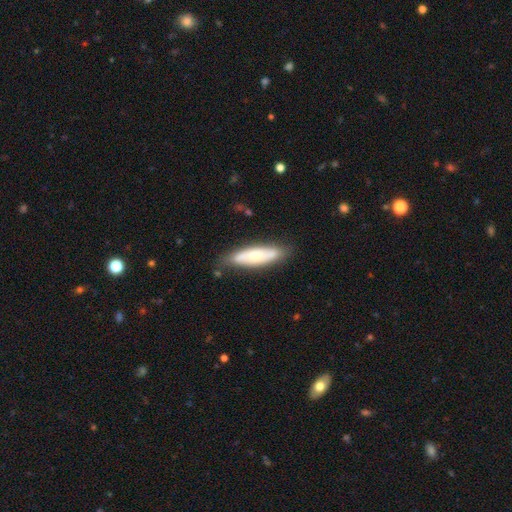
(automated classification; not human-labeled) Smooth or featured? Predicted: smooth (p=0.49). Merging? Predicted: none (p=0.77).